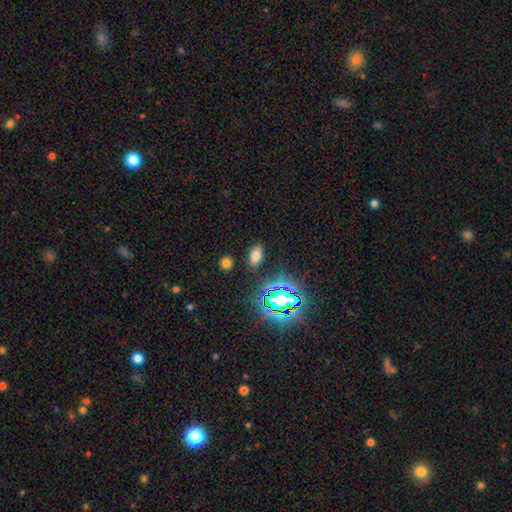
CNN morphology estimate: A smooth galaxy with no disk features (67%) that is in between round and cigar-shaped (89%).

Vote fractions:
- Smooth or featured? smooth: 67% / star or artifact: 25% / featured or disk: 9%
- How rounded? in between: 89% / round: 8% / cigar-shaped: 4%
- Merging? none: 86% / minor disturbance: 8% / merger: 3% / major disturbance: 3%